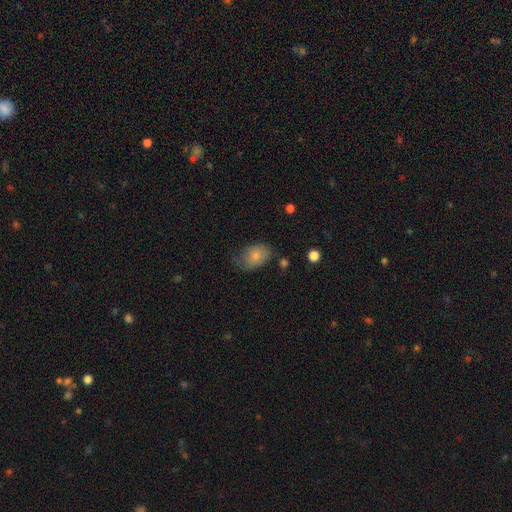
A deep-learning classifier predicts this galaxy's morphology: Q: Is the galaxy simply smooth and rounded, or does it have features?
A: smooth — 78%.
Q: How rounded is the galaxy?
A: in between — 80%.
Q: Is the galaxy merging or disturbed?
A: none — 57%.